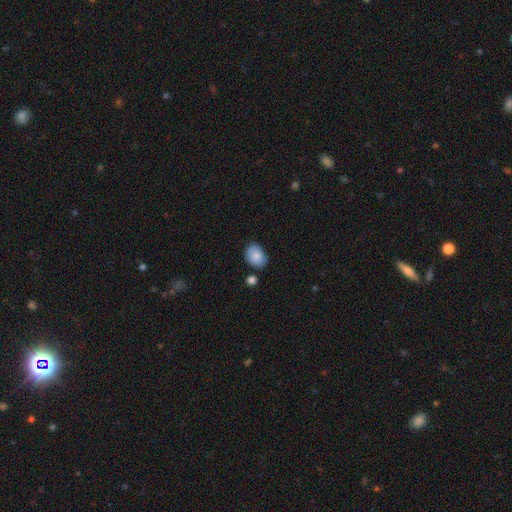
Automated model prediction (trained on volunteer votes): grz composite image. It shows a smooth galaxy with no disk features (85%) that is in between round and cigar-shaped (69%). Merging: none (75%).